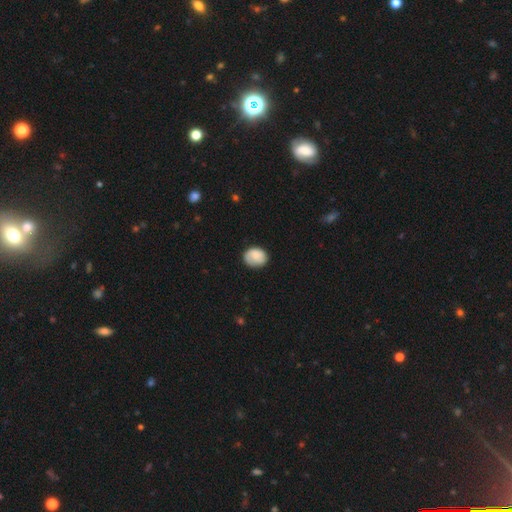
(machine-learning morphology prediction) This appears to be a smooth galaxy with no disk features (75%) that is round (59%). Merging: none (70%).